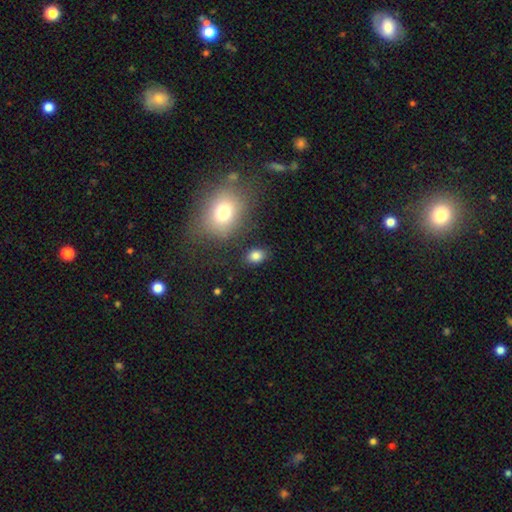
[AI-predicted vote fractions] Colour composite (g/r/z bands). It shows a smooth galaxy with no disk features (83%) that is in between round and cigar-shaped (76%). Merging: none (84%).